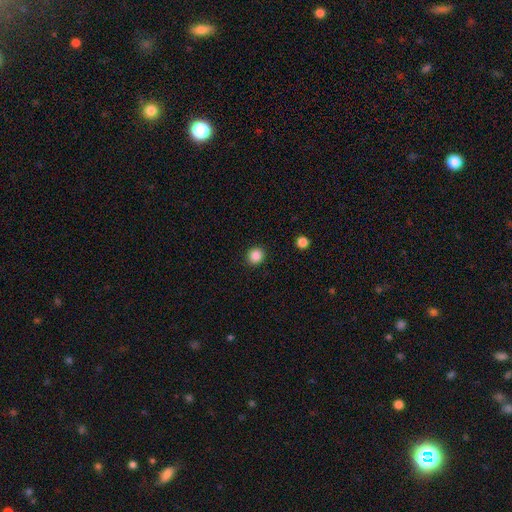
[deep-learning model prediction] Smooth or featured? smooth (87%)
How rounded? round (84%)
Merging? none (91%)